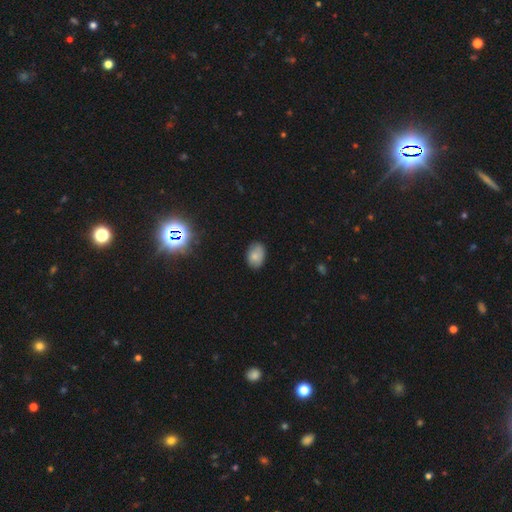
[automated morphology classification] type=smooth (79%); roundness=in between (83%); merging=none (80%).